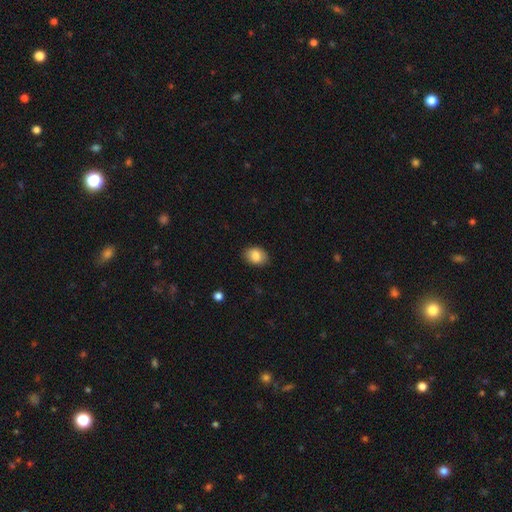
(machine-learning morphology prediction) smooth 86%, star or artifact 8%, featured or disk 6%. Down the decision tree: how rounded — in between (67%); merging — none (87%).